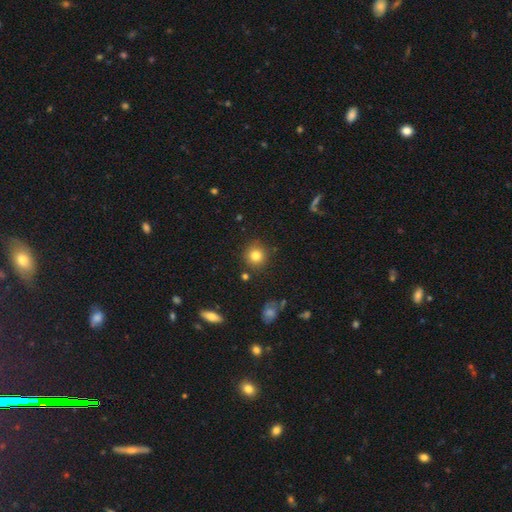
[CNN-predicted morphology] Smooth or featured? Predicted: smooth (p=0.81). How rounded? Predicted: round (p=0.92). Merging? Predicted: none (p=0.87).